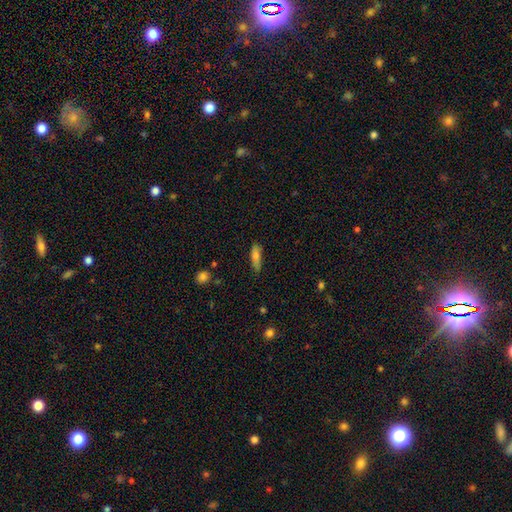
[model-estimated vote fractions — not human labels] This appears to be a smooth galaxy with no disk features (75%) that is cigar-shaped (50%). Merging: none (70%).